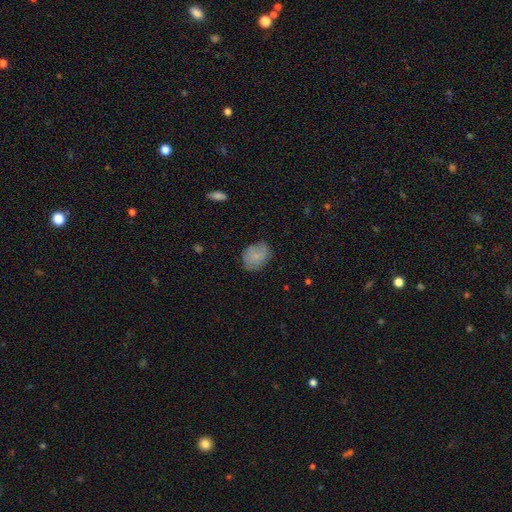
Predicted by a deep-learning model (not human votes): This appears to be a smooth galaxy with no disk features (71%) that is in between round and cigar-shaped (58%). Merging: none (71%).